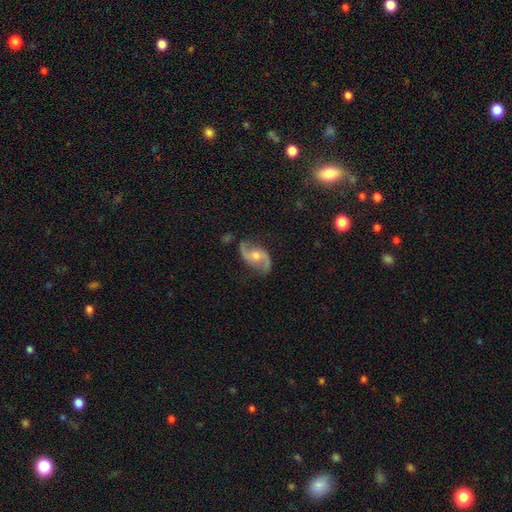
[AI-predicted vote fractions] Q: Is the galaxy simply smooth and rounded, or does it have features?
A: featured or disk — 90%.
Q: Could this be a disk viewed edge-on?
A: no — 97%.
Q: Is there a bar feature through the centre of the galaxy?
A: no — 59%.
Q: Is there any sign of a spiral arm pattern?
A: yes — 97%.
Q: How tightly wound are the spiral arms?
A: loose — 57%.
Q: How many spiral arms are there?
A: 2 — 94%.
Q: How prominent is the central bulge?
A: moderate — 61%.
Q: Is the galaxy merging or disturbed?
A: none — 80%.